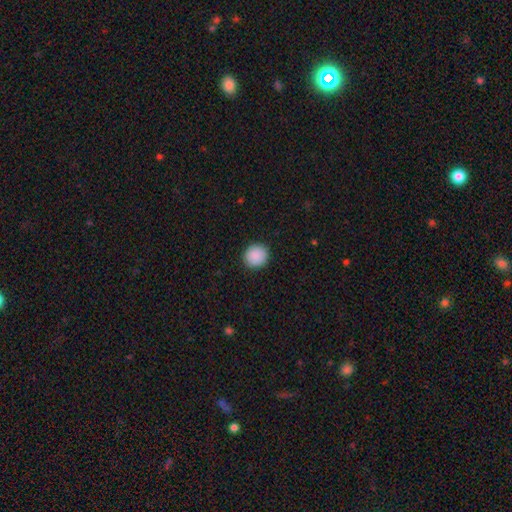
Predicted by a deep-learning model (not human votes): smooth 90%, star or artifact 8%, featured or disk 2%. Down the decision tree: how rounded — round (91%); merging — none (92%).